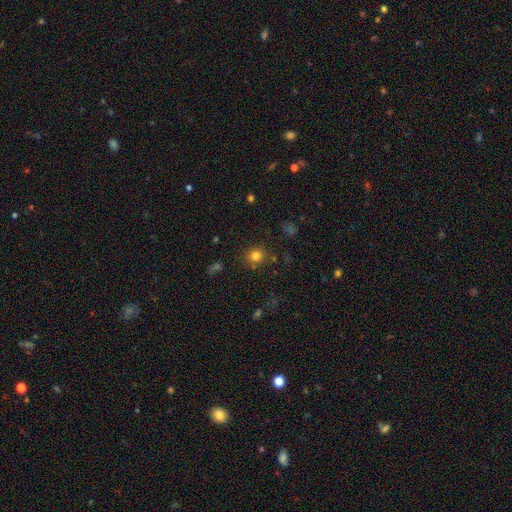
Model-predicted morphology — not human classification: This is likely a smooth galaxy (79%). How rounded: clearly round (84%). Merging: clearly none (84%).